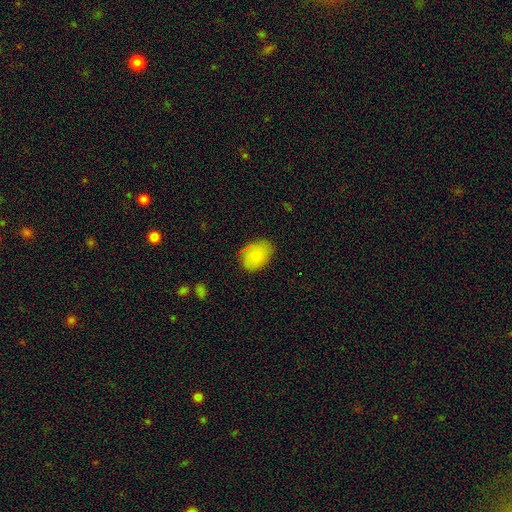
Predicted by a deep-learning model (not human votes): This appears to be a smooth galaxy with no disk features (81%) that is in between round and cigar-shaped (80%). Merging: none (76%).